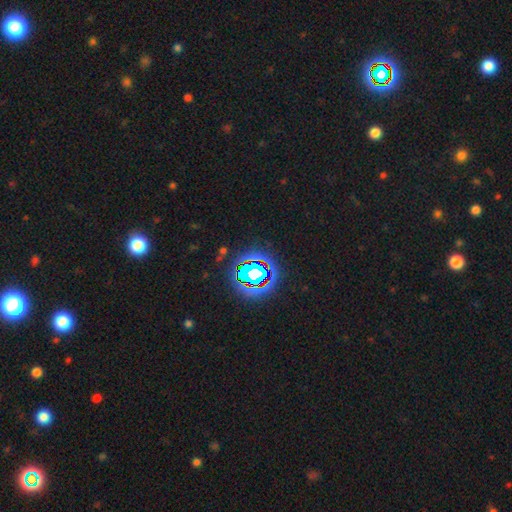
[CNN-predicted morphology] Smooth or featured: star or artifact — 82% (smooth — 11%)